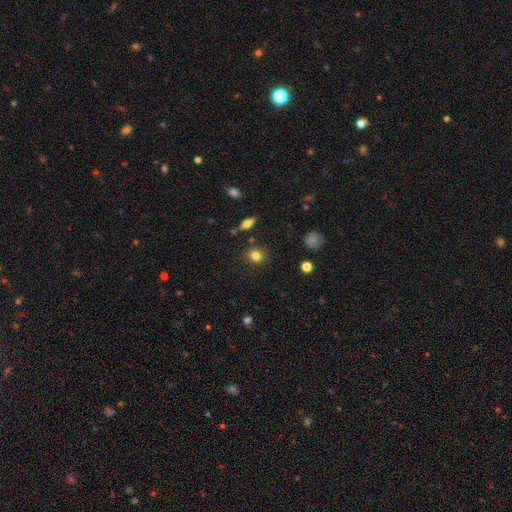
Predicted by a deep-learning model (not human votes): This appears to be a smooth galaxy with no disk features (81%) that is round (71%). Merging: none (84%).